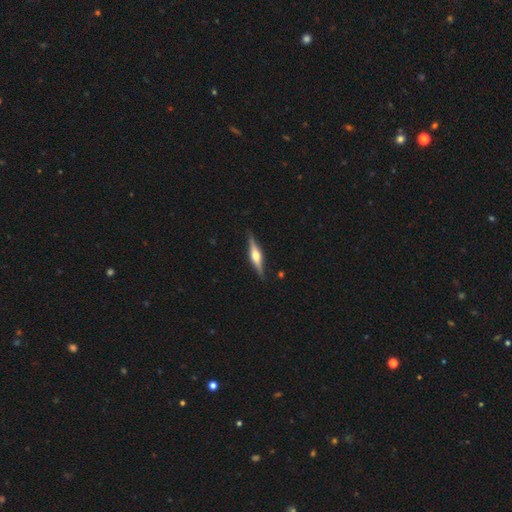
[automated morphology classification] Overall: featured or disk (74%). Edge-on disk: yes (97%). Edge-on bulge: rounded (92%). Merging: none (88%).